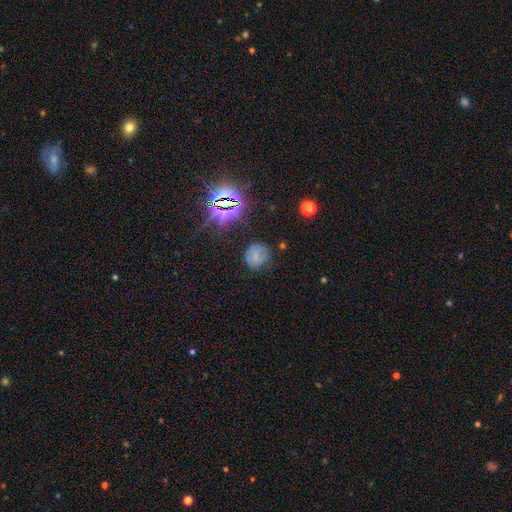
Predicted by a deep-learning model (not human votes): Smooth or featured?
  - smooth: 59% *
  - star or artifact: 22%
  - featured or disk: 19%
How rounded?
  - round: 83% *
  - in between: 16%
  - cigar-shaped: 1%
Merging?
  - none: 71% *
  - minor disturbance: 20%
  - major disturbance: 7%
  - merger: 2%